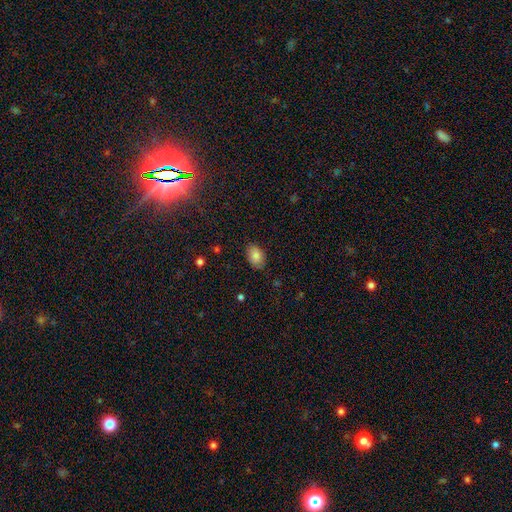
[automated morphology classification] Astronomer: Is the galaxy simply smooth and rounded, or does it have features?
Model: smooth — 84%.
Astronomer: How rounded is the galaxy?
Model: in between — 86%.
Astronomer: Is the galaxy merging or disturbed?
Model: none — 81%.